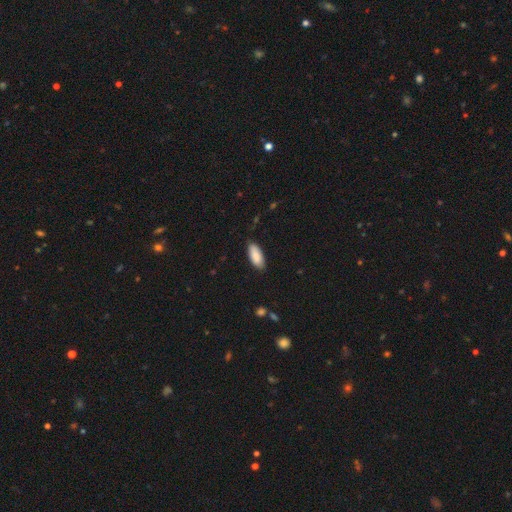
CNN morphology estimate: smooth-or-featured: smooth: 89% | star or artifact: 6% | featured or disk: 5%
  how-rounded: in between: 86% | cigar-shaped: 12% | round: 2%
  merging: none: 84% | minor disturbance: 12% | major disturbance: 2% | merger: 1%